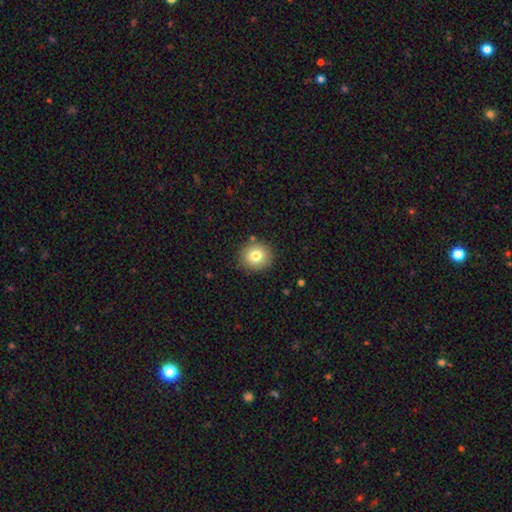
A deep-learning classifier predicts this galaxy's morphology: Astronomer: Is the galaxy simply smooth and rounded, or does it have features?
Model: smooth — 79%.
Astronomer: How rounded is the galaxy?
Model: round — 88%.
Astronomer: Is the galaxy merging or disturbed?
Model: none — 88%.